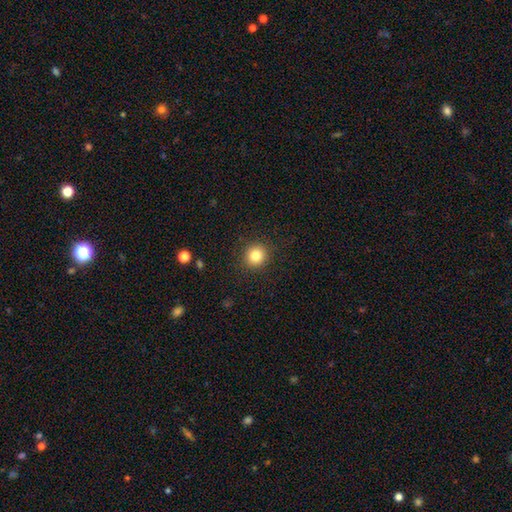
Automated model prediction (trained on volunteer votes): Morphology: type=smooth (82%); roundness=round (92%); merging=none (91%).